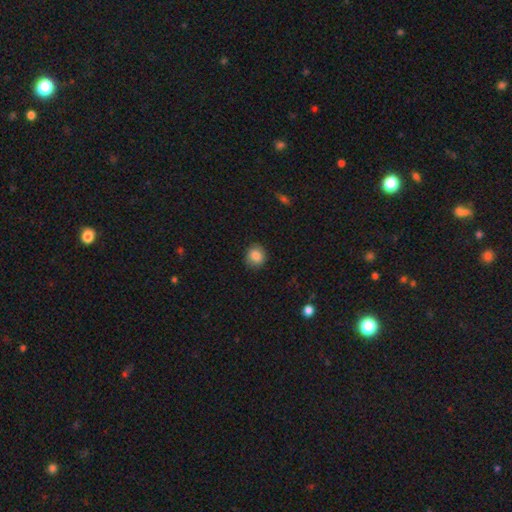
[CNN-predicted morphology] smooth_or_featured: smooth (p=0.85) [alt: star or artifact p=0.09]
how_rounded: round (p=0.84) [alt: in between p=0.15]
merging: none (p=0.88) [alt: minor disturbance p=0.09]